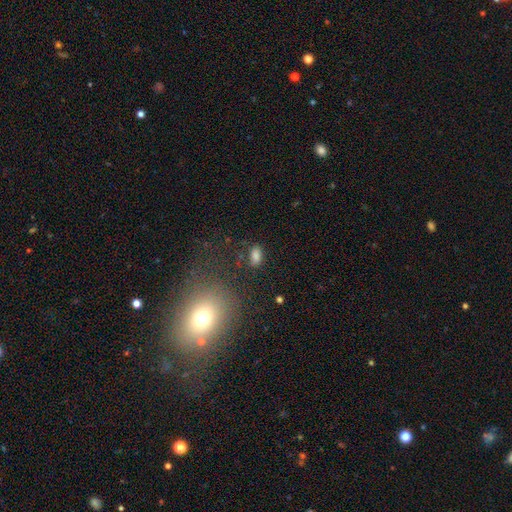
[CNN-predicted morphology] Smooth or featured?
  - smooth: 81% *
  - star or artifact: 12%
  - featured or disk: 7%
How rounded?
  - in between: 89% *
  - round: 8%
  - cigar-shaped: 4%
Merging?
  - none: 77% *
  - minor disturbance: 14%
  - major disturbance: 5%
  - merger: 3%